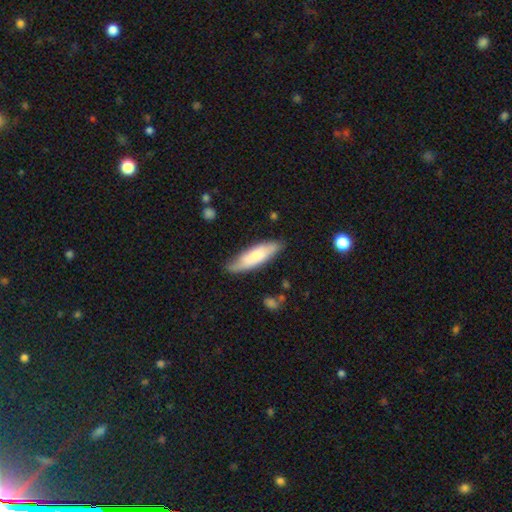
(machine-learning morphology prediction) A smooth galaxy with no disk features (68%) that is cigar-shaped (59%).

Vote fractions:
- Smooth or featured? smooth: 68% / featured or disk: 26% / star or artifact: 6%
- How rounded? cigar-shaped: 59% / in between: 40% / round: 2%
- Merging? none: 77% / minor disturbance: 18% / major disturbance: 3% / merger: 2%